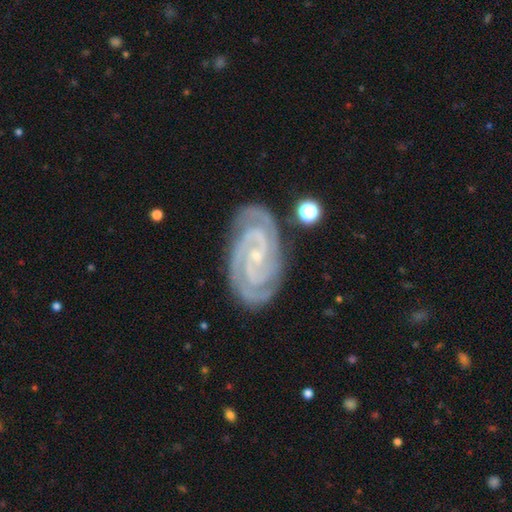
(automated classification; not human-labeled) This appears to be a featured or disk galaxy (93%) with no bar (50%), 2 (58%) tight (77%) spiral arms (99%) and a small central bulge (82%). Merging: none (81%).